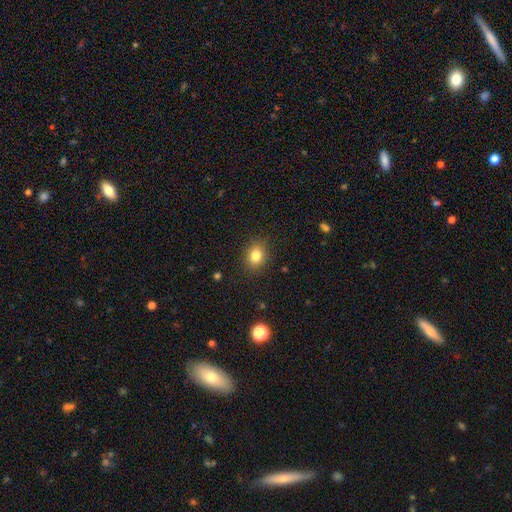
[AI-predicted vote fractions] Smooth or featured: smooth — 82% (star or artifact — 11%)
How rounded: round — 55% (in between — 44%)
Merging: none — 88% (minor disturbance — 9%)